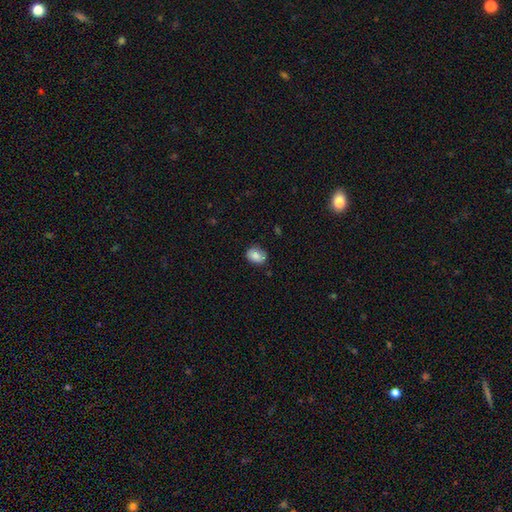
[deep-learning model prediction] This appears to be a smooth galaxy with no disk features (79%) that is in between round and cigar-shaped (67%). Merging: none (72%).